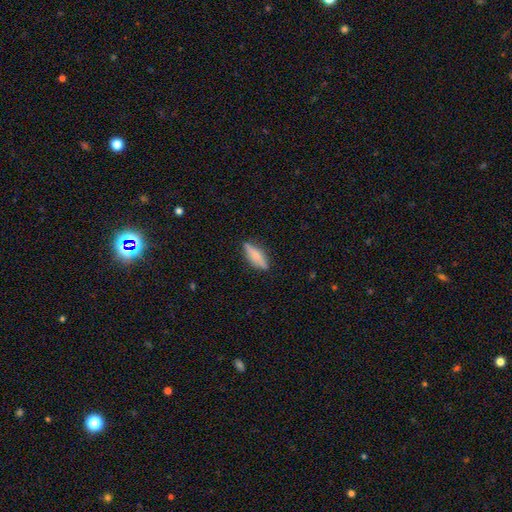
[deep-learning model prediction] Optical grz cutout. It shows a smooth galaxy with no disk features (62%) that is cigar-shaped (55%). Merging: none (80%).